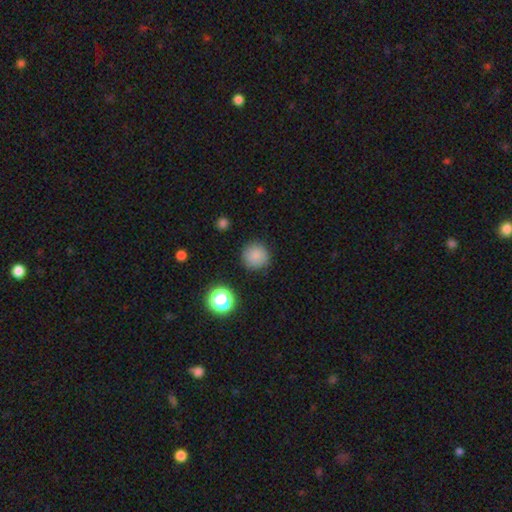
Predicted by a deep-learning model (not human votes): Smooth or featured? smooth (83%)
How rounded? round (95%)
Merging? none (87%)